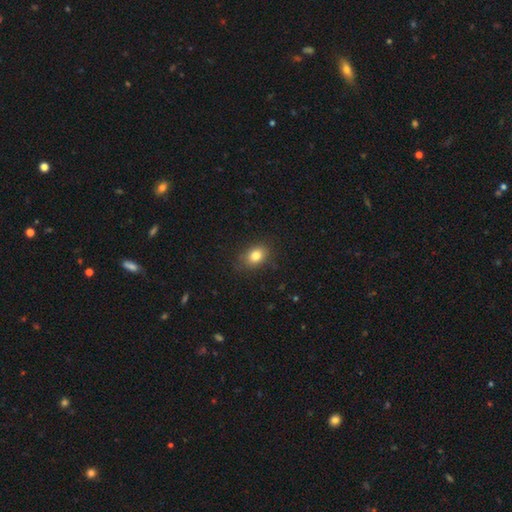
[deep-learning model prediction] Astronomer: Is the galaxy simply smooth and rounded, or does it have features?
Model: smooth — 82%.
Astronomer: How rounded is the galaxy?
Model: in between — 72%.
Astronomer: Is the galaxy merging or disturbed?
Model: none — 83%.